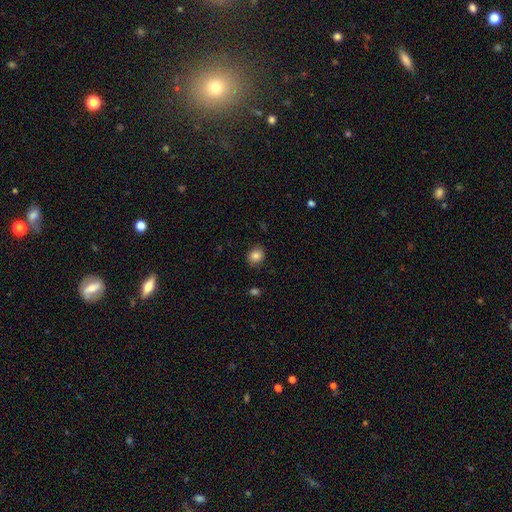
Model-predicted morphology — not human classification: The model was most divided on "how rounded": round: 67%, in between: 32%, cigar-shaped: 1%. More confident: merging — none (86%); smooth or featured — smooth (85%).